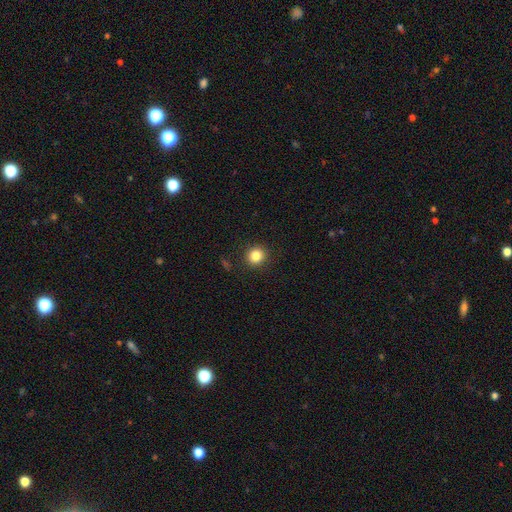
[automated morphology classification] smooth_or_featured: smooth (p=0.84) [alt: star or artifact p=0.11]
how_rounded: round (p=0.90) [alt: in between p=0.09]
merging: none (p=0.91) [alt: minor disturbance p=0.06]